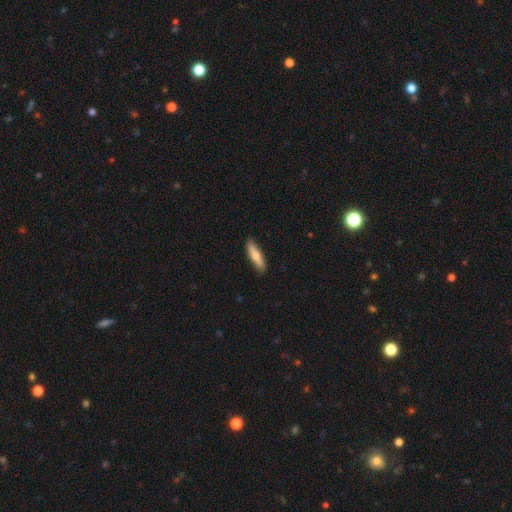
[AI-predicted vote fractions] A smooth galaxy with no disk features (73%) that is cigar-shaped (76%).

Vote fractions:
- Smooth or featured? smooth: 73% / featured or disk: 21% / star or artifact: 6%
- How rounded? cigar-shaped: 76% / in between: 23% / round: 2%
- Merging? none: 89% / minor disturbance: 9% / major disturbance: 2% / merger: 1%